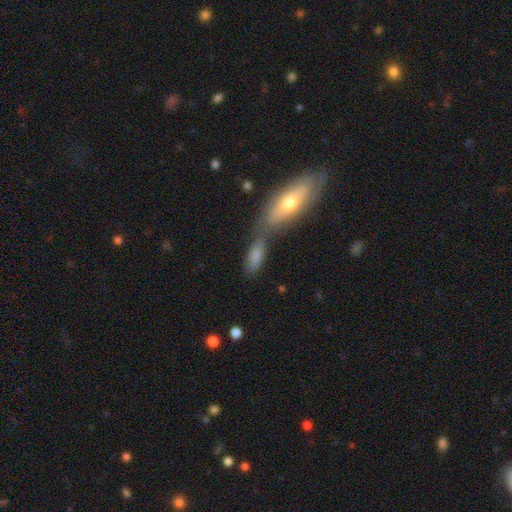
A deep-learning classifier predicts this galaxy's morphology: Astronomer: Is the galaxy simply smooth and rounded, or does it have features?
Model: smooth — 78%.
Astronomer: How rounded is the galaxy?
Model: in between — 66%.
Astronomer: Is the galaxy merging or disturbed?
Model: none — 42% (runner-up: merger, 40%).